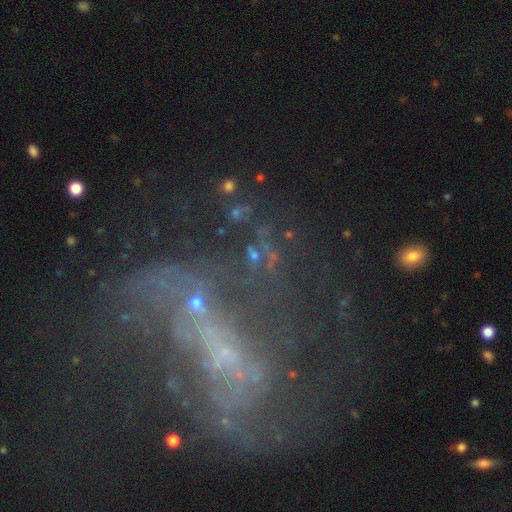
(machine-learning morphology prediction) smooth_or_featured: star or artifact (p=0.42) [alt: featured or disk p=0.37]